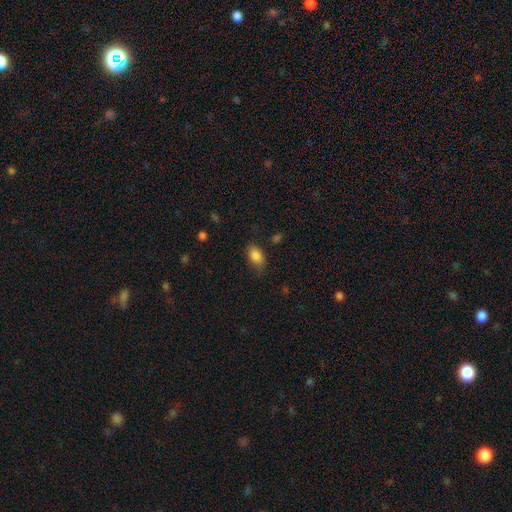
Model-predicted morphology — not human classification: A smooth galaxy with no disk features (84%) that is in between round and cigar-shaped (89%).

Vote fractions:
- Smooth or featured? smooth: 84% / star or artifact: 8% / featured or disk: 8%
- How rounded? in between: 89% / round: 9% / cigar-shaped: 3%
- Merging? none: 74% / minor disturbance: 20% / major disturbance: 5% / merger: 2%